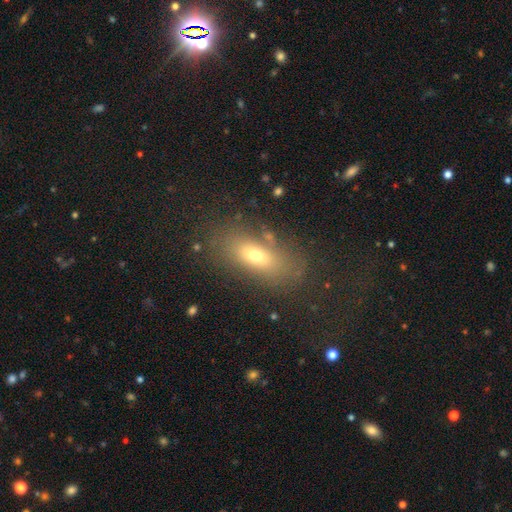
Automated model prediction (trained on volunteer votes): A smooth galaxy with no disk features (65%) that is in between round and cigar-shaped (76%). Merging: none (75%).